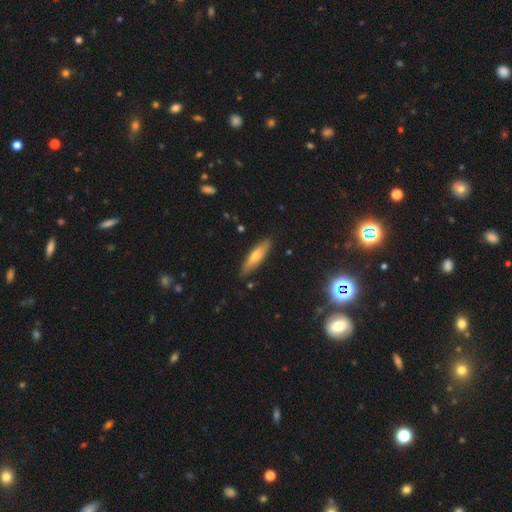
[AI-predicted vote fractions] Smooth or featured?
  - smooth: 53% *
  - featured or disk: 40%
  - star or artifact: 7%
How rounded?
  - cigar-shaped: 69% *
  - in between: 29%
  - round: 2%
Merging?
  - none: 86% *
  - minor disturbance: 11%
  - major disturbance: 2%
  - merger: 1%